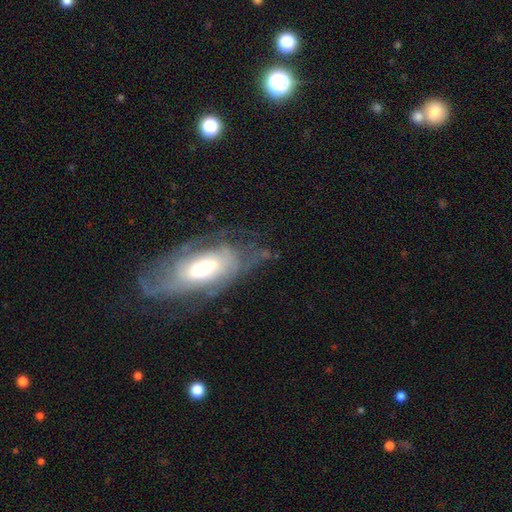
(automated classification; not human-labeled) Smooth or featured? Predicted: featured or disk (p=0.71). Edge-on disk? Predicted: no (p=0.90). Bar? Predicted: no (p=0.65). Spiral arms? Predicted: yes (p=0.81). Spiral winding? Predicted: tight (p=0.52). Spiral arm count? Predicted: can't tell (p=0.54). Bulge size? Predicted: moderate (p=0.42). Merging? Predicted: none (p=0.56).